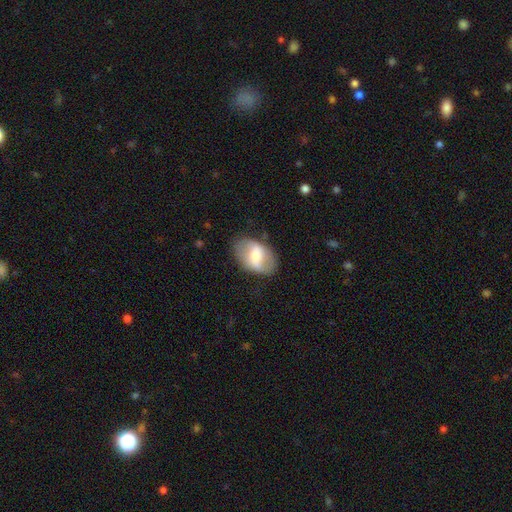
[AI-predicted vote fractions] The model was most divided on "smooth or featured": featured or disk: 47%, smooth: 46%, star or artifact: 7%. More confident: merging — none (74%).